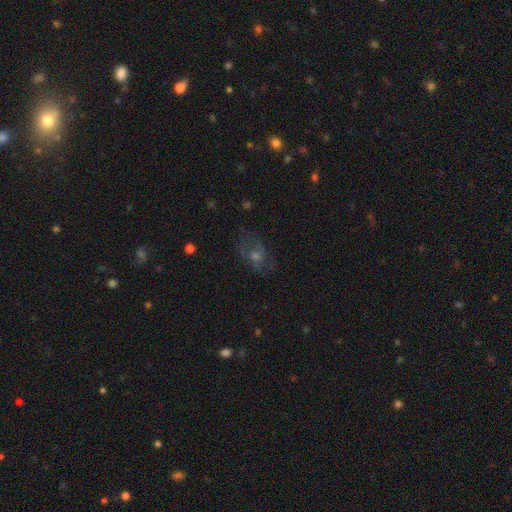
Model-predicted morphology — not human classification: type=featured or disk (43%); merging=none (59%).